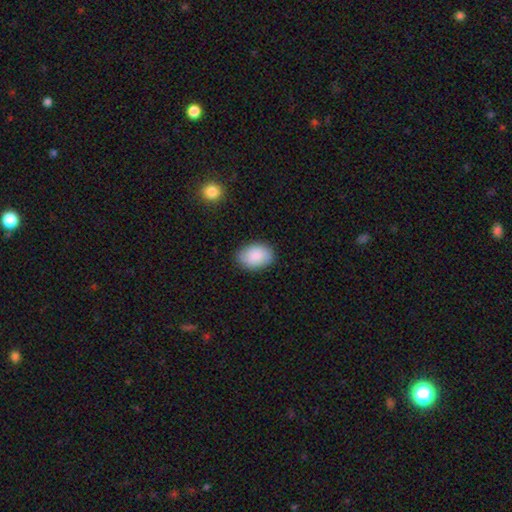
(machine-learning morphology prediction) Smooth or featured? smooth (86%)
How rounded? in between (85%)
Merging? none (84%)